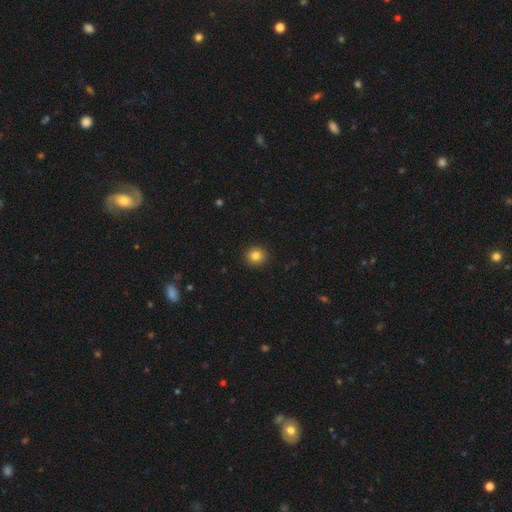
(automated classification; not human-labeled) This appears to be a smooth galaxy with no disk features (83%) that is round (91%). Merging: none (93%).